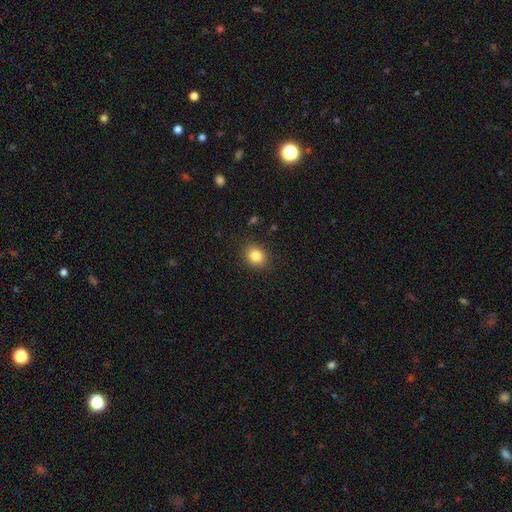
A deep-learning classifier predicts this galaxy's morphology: The model was most divided on "how rounded": round: 59%, in between: 40%, cigar-shaped: 1%. More confident: merging — none (88%); smooth or featured — smooth (84%).